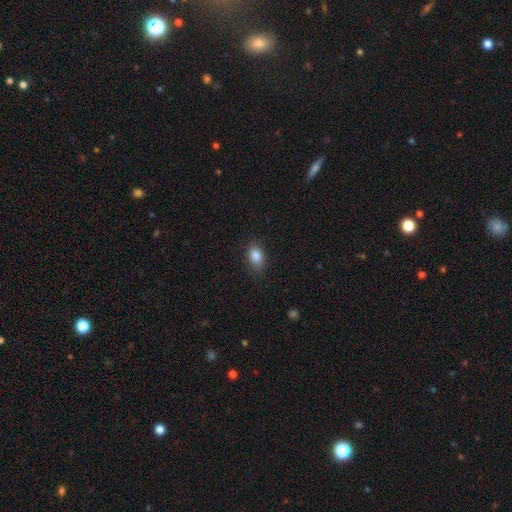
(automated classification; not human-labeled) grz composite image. It shows a smooth galaxy with no disk features (86%) that is in between round and cigar-shaped (82%). Merging: none (85%).